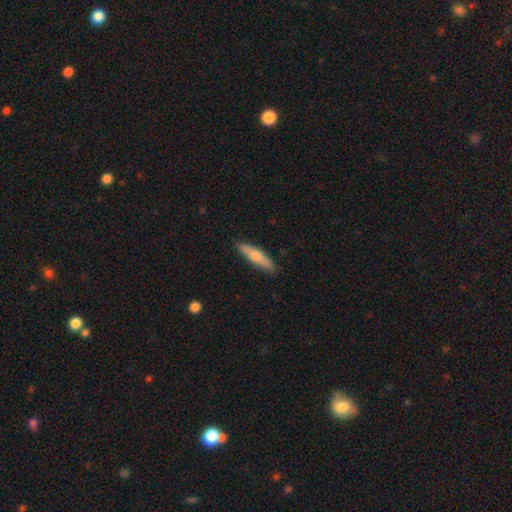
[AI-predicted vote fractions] This appears to be a smooth galaxy with no disk features (60%) that is cigar-shaped (77%). Merging: none (88%).